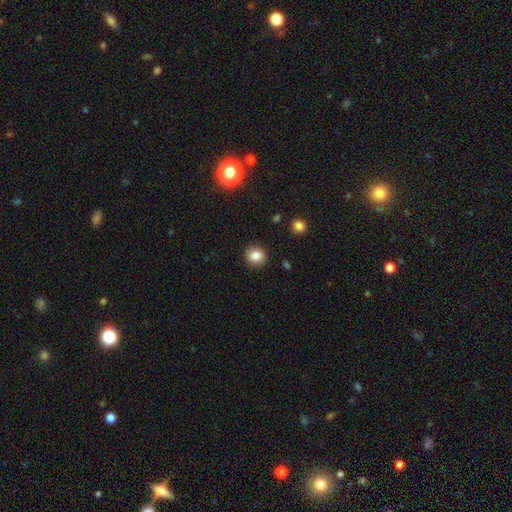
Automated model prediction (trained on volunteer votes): Smooth or featured? Predicted: smooth (p=0.82). How rounded? Predicted: round (p=0.84). Merging? Predicted: none (p=0.89).